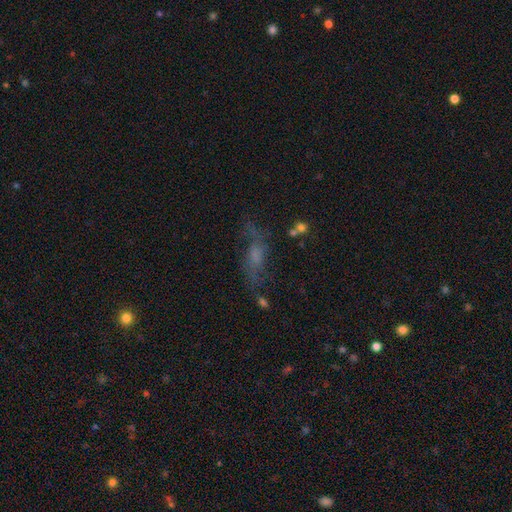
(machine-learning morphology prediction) Smooth or featured: featured or disk — 51% (smooth — 30%)
Edge-on disk: no — 74% (yes — 26%)
Merging: none — 57% (minor disturbance — 20%)